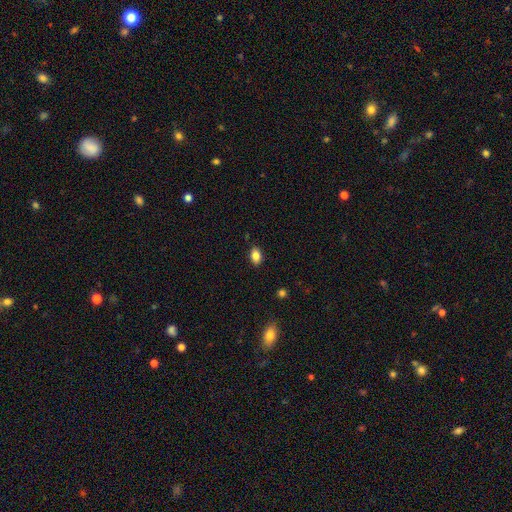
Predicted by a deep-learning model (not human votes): Overall: smooth (84%). How rounded: in between (84%). Merging: none (87%).